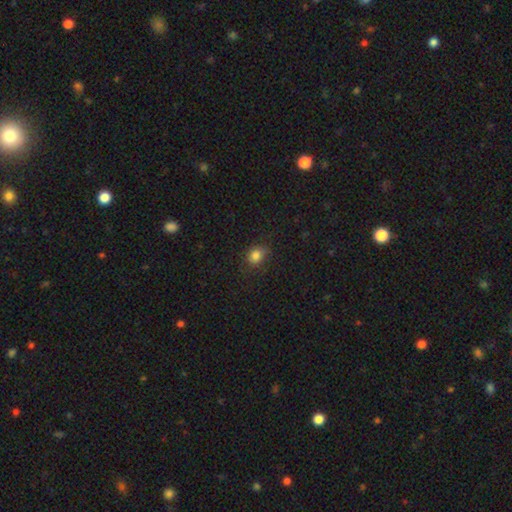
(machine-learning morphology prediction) A smooth galaxy with no disk features (82%) that is round (61%). Merging: none (79%).